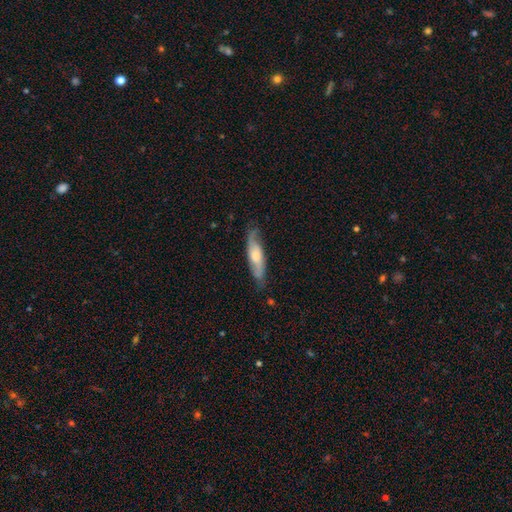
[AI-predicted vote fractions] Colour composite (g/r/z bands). It shows a featured or disk galaxy (51%). Merging: none (72%).